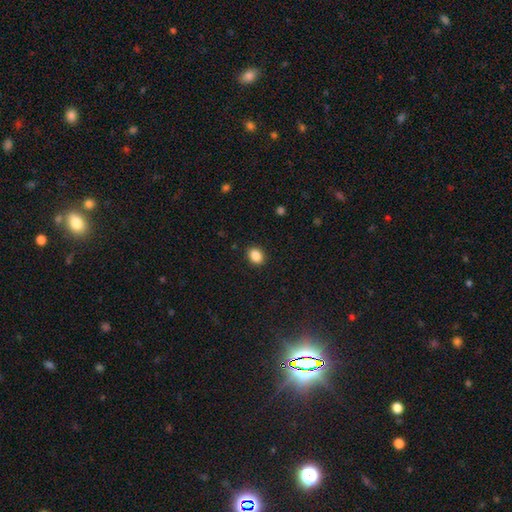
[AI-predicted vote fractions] smooth_or_featured: smooth (p=0.88) [alt: star or artifact p=0.09]
how_rounded: in between (p=0.66) [alt: round p=0.33]
merging: none (p=0.90) [alt: minor disturbance p=0.07]